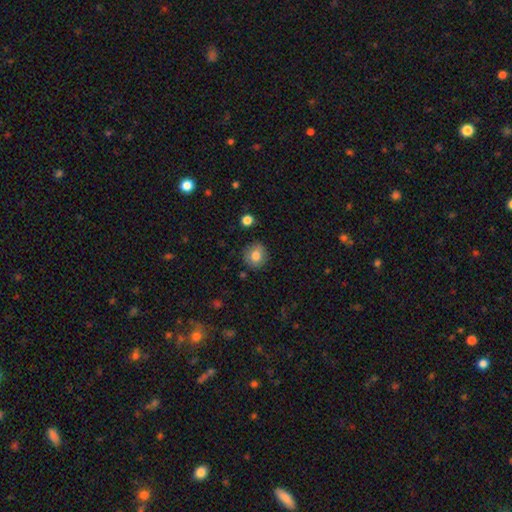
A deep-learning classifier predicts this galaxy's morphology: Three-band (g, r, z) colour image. It shows a smooth galaxy with no disk features (79%) that is round (89%). Merging: none (86%).